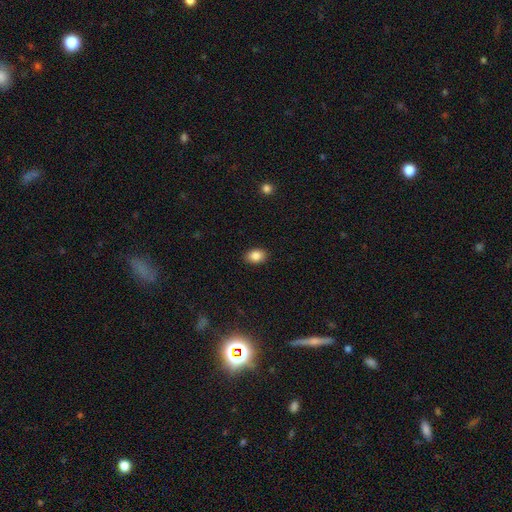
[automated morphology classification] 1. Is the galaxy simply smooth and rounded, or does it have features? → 86% smooth, 9% star or artifact, 5% featured or disk.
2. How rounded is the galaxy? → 81% in between, 18% round, 1% cigar-shaped.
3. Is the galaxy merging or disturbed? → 89% none, 8% minor disturbance, 2% major disturbance, 1% merger.